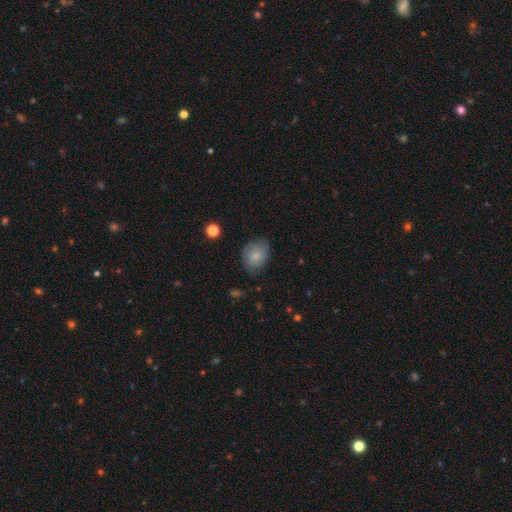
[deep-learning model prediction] smooth 79%, featured or disk 13%, star or artifact 8%. Down the decision tree: how rounded — in between (54%); merging — none (71%).